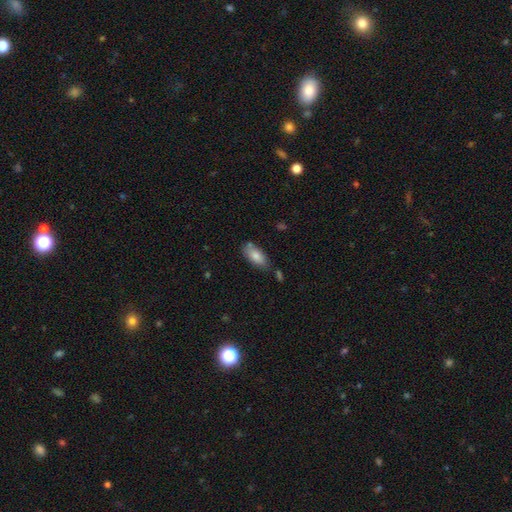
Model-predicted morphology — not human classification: Smooth or featured? Predicted: smooth (p=0.81). How rounded? Predicted: in between (p=0.88). Merging? Predicted: none (p=0.68).